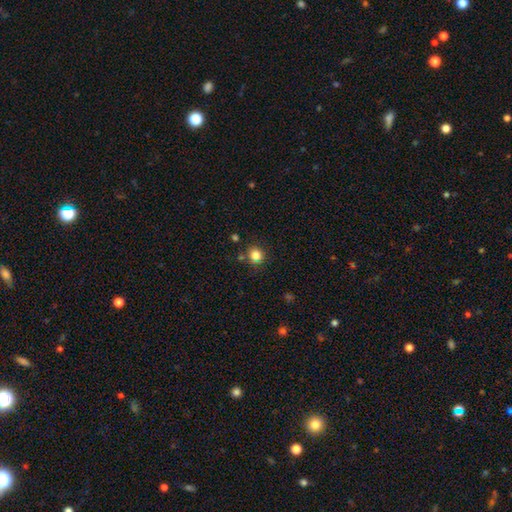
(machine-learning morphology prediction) type=smooth (81%); roundness=round (88%); merging=none (81%).